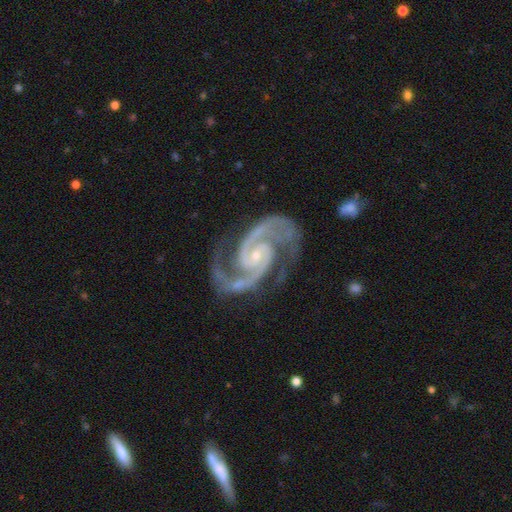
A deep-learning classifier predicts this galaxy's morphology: Overall: featured or disk (95%). Edge-on disk: no (98%). Bar: no (55%; weak 31%). Spiral arms: yes (99%). Spiral arm count: 2 (93%). Spiral winding: medium (62%; tight 30%). Bulge size: small (76%). Merging: none (76%).